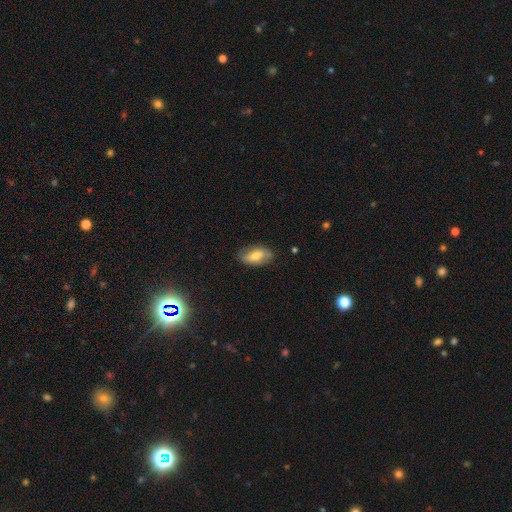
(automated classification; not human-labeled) Smooth or featured?
  - smooth: 60% *
  - featured or disk: 33%
  - star or artifact: 7%
How rounded?
  - in between: 90% *
  - cigar-shaped: 5%
  - round: 5%
Merging?
  - none: 77% *
  - minor disturbance: 18%
  - major disturbance: 4%
  - merger: 1%